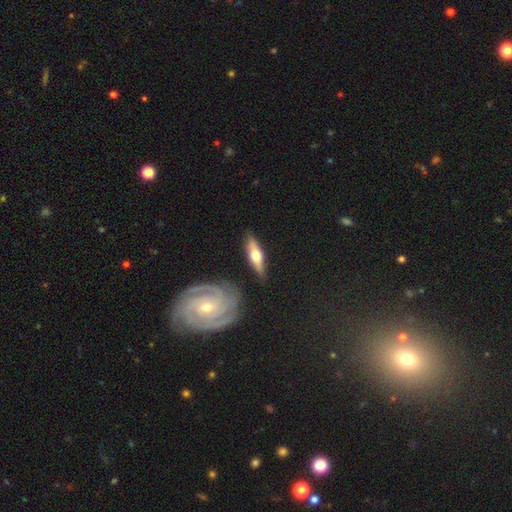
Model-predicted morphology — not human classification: This is possibly a featured or disk galaxy (60%). It is clearly viewed edge-on (85%). Edge-on bulge: clearly rounded (91%). Merging: clearly none (80%).